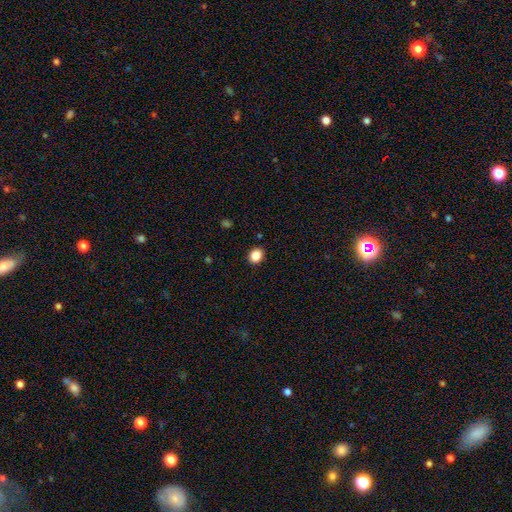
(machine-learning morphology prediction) A smooth galaxy with no disk features (87%) that is round (62%). Merging: none (90%).